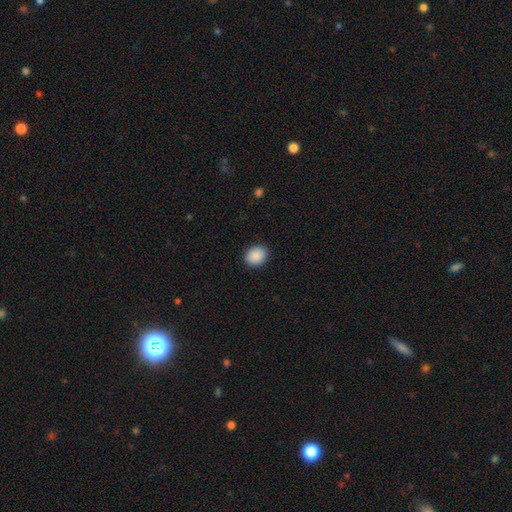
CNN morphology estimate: Smooth or featured?
  - smooth: 90% *
  - star or artifact: 7%
  - featured or disk: 2%
How rounded?
  - in between: 54% *
  - round: 45%
  - cigar-shaped: 1%
Merging?
  - none: 90% *
  - minor disturbance: 7%
  - major disturbance: 2%
  - merger: 1%